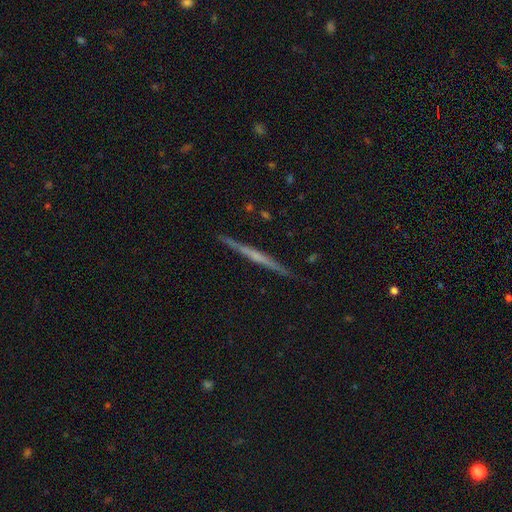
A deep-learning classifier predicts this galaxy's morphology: This is likely a featured or disk galaxy (69%). It is clearly viewed edge-on (98%). Edge-on bulge: likely none (60%). Merging: clearly none (90%).